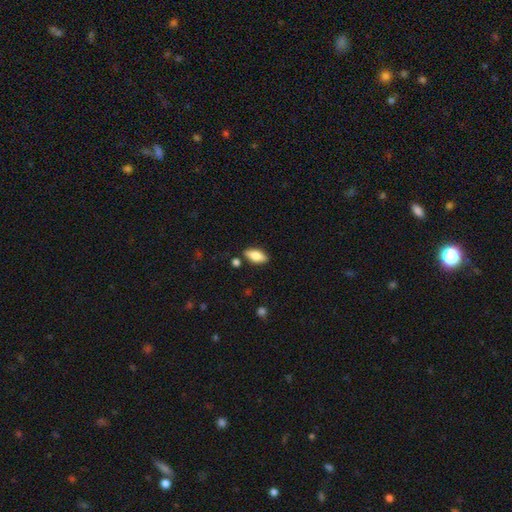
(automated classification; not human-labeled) Morphology: type=smooth (74%); roundness=in between (83%); merging=none (84%).